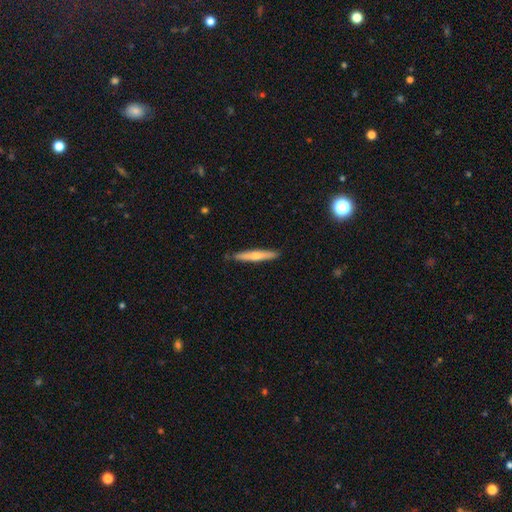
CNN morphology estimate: Smooth or featured? Predicted: smooth (p=0.56). How rounded? Predicted: cigar-shaped (p=0.94). Merging? Predicted: none (p=0.87).